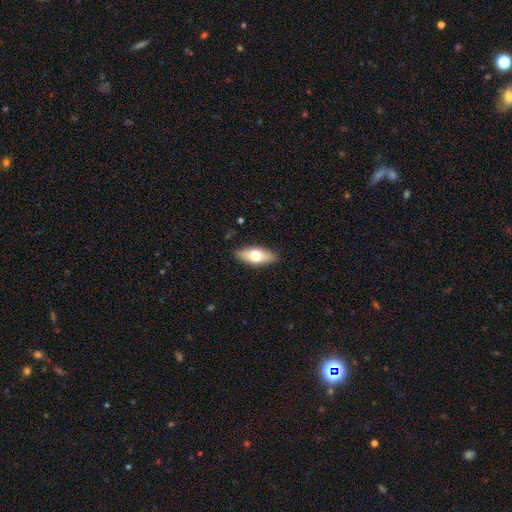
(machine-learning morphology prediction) The model was most divided on "smooth or featured": smooth: 66%, featured or disk: 28%, star or artifact: 6%. More confident: merging — none (87%); how rounded — in between (80%).